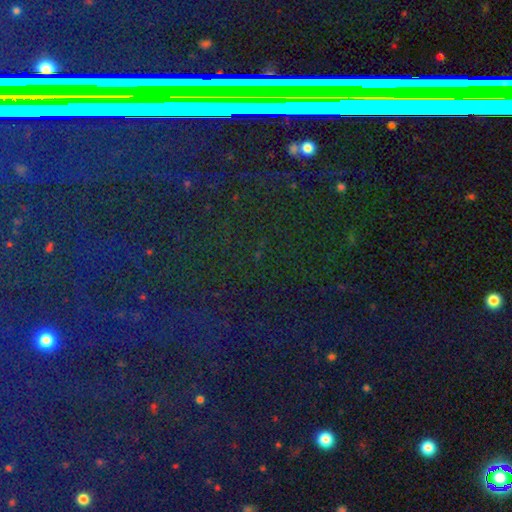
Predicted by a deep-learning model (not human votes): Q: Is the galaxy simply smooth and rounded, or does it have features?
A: star or artifact — 82%.